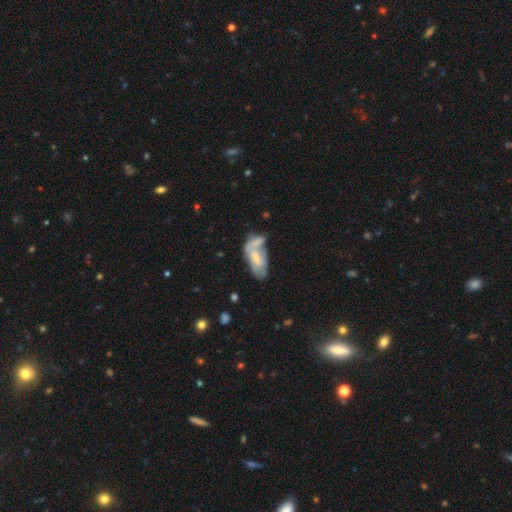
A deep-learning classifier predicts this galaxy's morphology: This is possibly a featured or disk galaxy (48%). Merging: marginally merger (29%).